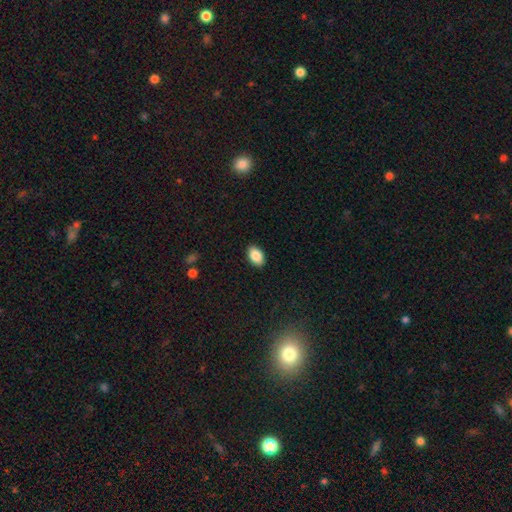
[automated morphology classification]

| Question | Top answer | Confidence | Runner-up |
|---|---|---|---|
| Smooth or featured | smooth | 88% | star or artifact (7%) |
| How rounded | in between | 90% | round (9%) |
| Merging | none | 89% | minor disturbance (8%) |